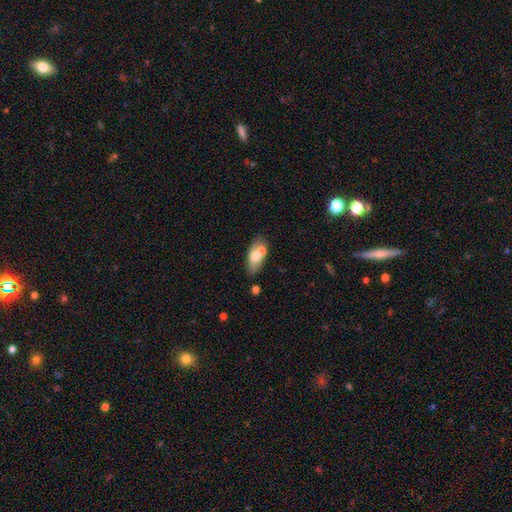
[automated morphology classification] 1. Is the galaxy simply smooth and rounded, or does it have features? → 65% smooth, 28% featured or disk, 7% star or artifact.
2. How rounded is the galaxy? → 85% in between, 10% cigar-shaped, 5% round.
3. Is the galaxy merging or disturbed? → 60% none, 22% merger, 14% minor disturbance, 4% major disturbance.